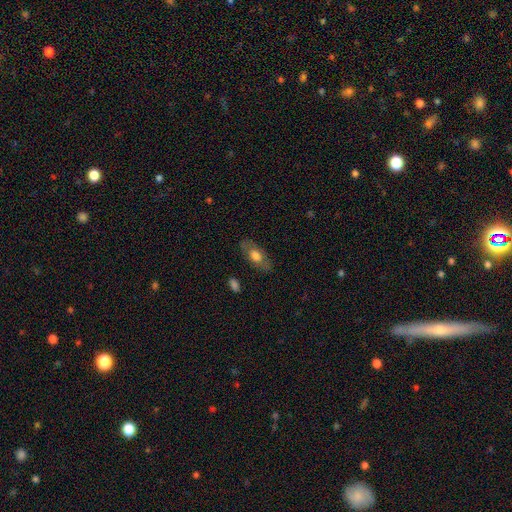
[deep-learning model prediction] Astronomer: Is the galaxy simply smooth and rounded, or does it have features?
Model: smooth — 61%.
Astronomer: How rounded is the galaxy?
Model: in between — 87%.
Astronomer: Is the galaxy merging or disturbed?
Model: none — 80%.